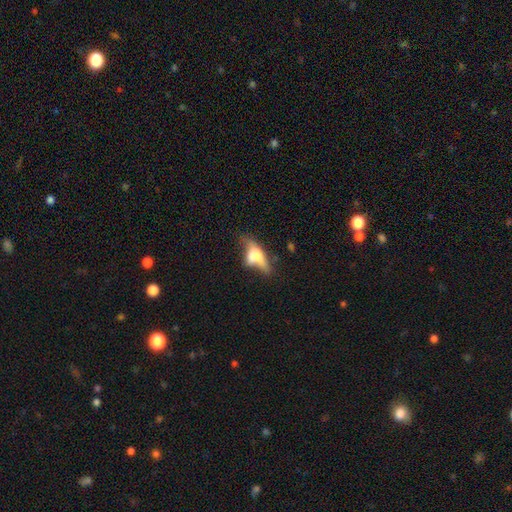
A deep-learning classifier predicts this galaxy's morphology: Smooth or featured?
  - smooth: 51% *
  - featured or disk: 40%
  - star or artifact: 10%
How rounded?
  - in between: 54% *
  - cigar-shaped: 40%
  - round: 5%
Merging?
  - merger: 31% *
  - none: 30%
  - major disturbance: 20%
  - minor disturbance: 18%